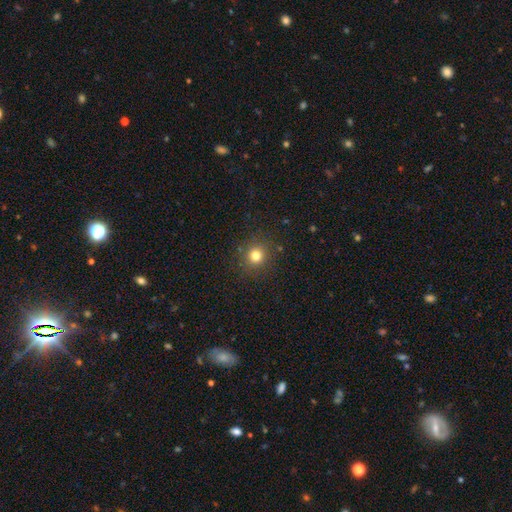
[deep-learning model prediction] The model was most divided on "smooth or featured": smooth: 79%, star or artifact: 15%, featured or disk: 6%. More confident: how rounded — round (91%); merging — none (88%).